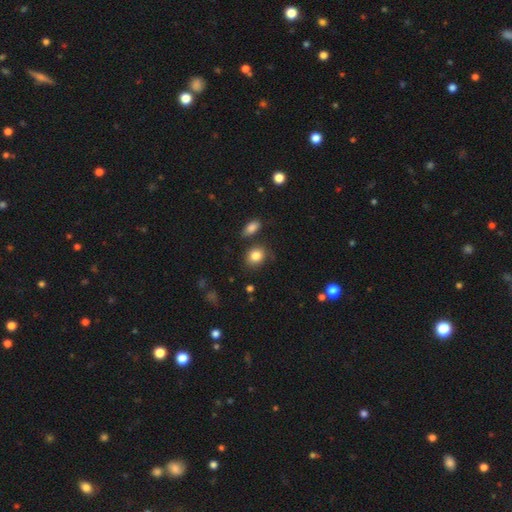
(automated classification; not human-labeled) smooth 84%, star or artifact 9%, featured or disk 7%. Down the decision tree: how rounded — round (59%); merging — none (76%).